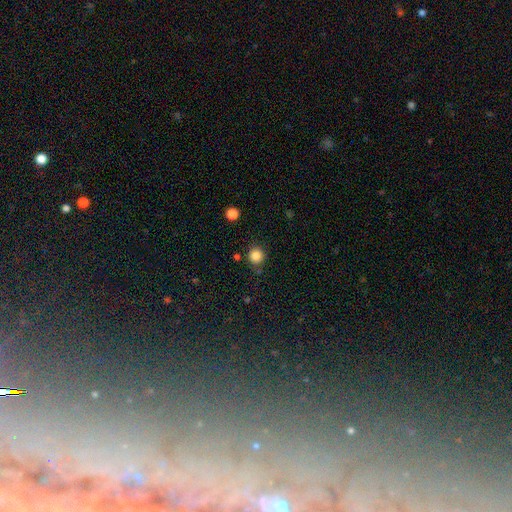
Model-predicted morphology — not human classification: Overall: smooth (85%). How rounded: round (92%). Merging: none (84%).